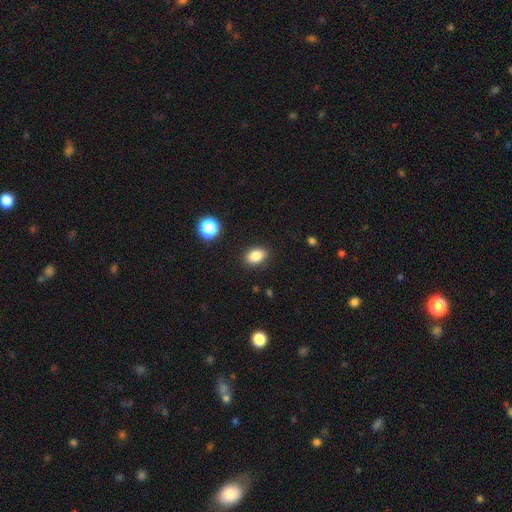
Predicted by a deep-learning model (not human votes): The model was most divided on "how rounded": in between: 78%, round: 20%, cigar-shaped: 1%. More confident: merging — none (88%); smooth or featured — smooth (85%).